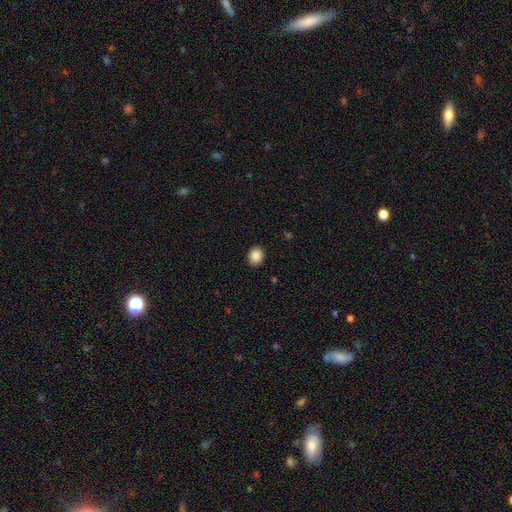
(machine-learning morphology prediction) This is clearly a smooth galaxy (88%). How rounded: likely round (60%). Merging: clearly none (91%).